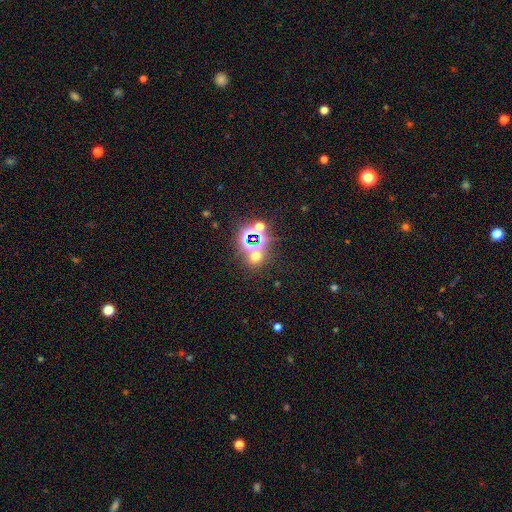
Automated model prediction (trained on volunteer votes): smooth_or_featured: star or artifact (p=0.52) [alt: smooth p=0.39]